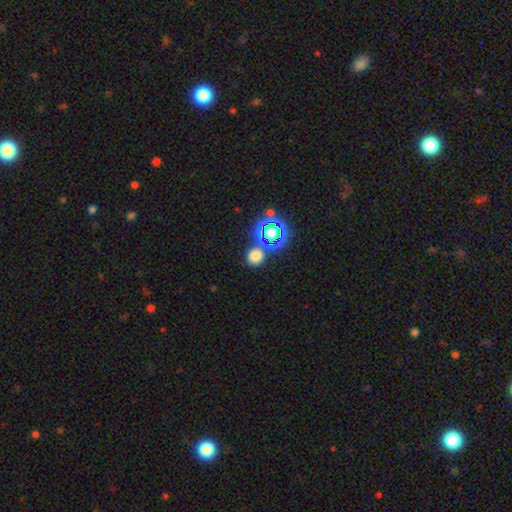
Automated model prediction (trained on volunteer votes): Morphology: type=smooth (69%); roundness=round (88%); merging=none (76%).